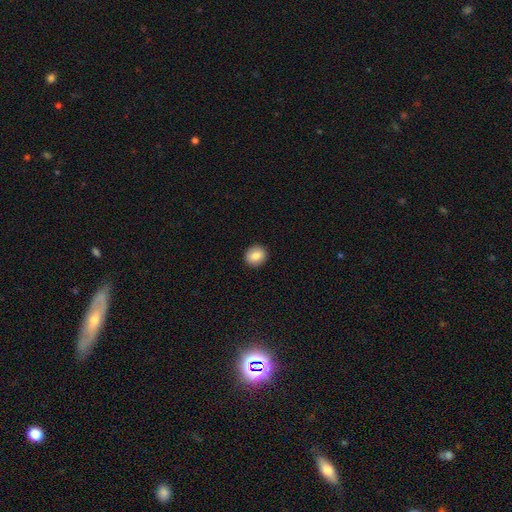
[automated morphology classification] type=smooth (85%); roundness=round (82%); merging=none (92%).